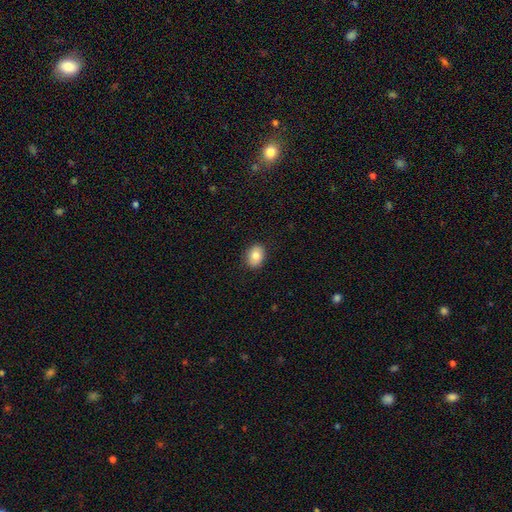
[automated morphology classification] Smooth or featured? smooth (81%)
How rounded? in between (65%)
Merging? none (89%)